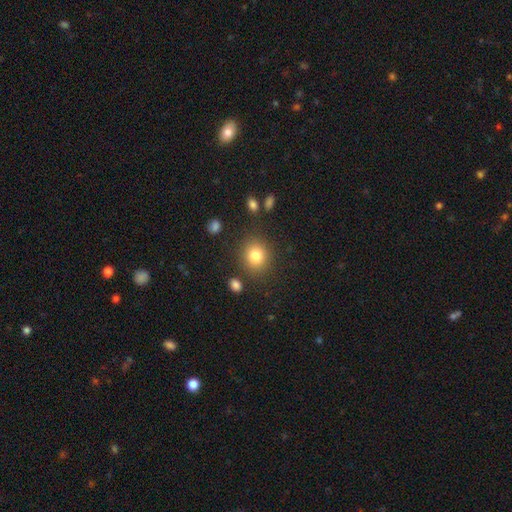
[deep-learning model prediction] A smooth galaxy with no disk features (82%) that is round (73%).

Vote fractions:
- Smooth or featured? smooth: 82% / star or artifact: 10% / featured or disk: 7%
- How rounded? round: 73% / in between: 26% / cigar-shaped: 1%
- Merging? none: 82% / minor disturbance: 10% / major disturbance: 4% / merger: 4%